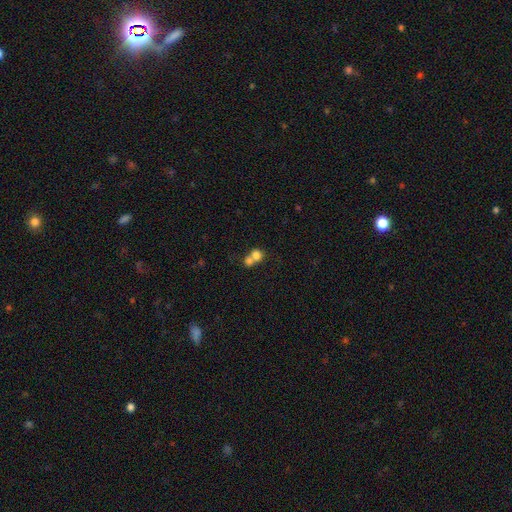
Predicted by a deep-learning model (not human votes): This appears to be a smooth galaxy with no disk features (75%) that is round (74%). Merging: merger (67%).